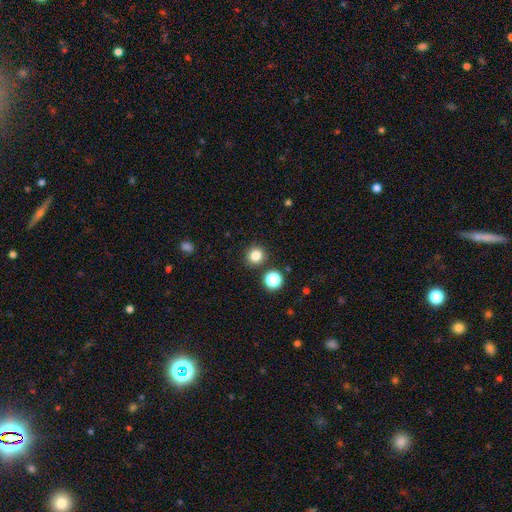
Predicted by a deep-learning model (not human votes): Smooth or featured? smooth (82%)
How rounded? round (91%)
Merging? none (87%)